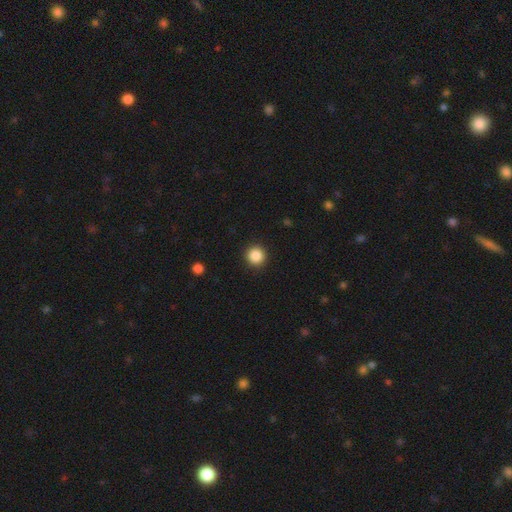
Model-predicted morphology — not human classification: Smooth or featured?
  - smooth: 87% *
  - star or artifact: 10%
  - featured or disk: 3%
How rounded?
  - round: 96% *
  - in between: 3%
  - cigar-shaped: 1%
Merging?
  - none: 93% *
  - minor disturbance: 5%
  - major disturbance: 2%
  - merger: 1%